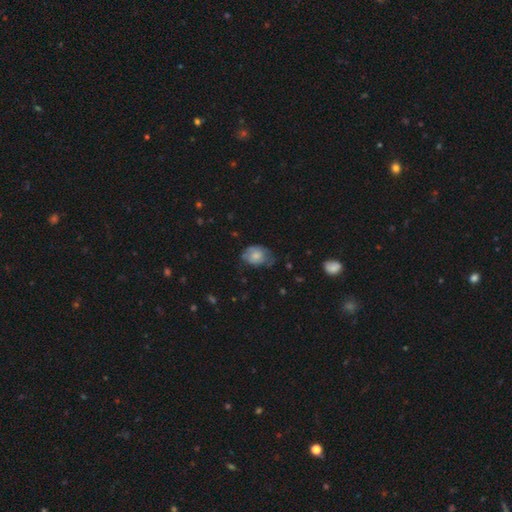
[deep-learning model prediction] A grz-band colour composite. It shows a smooth galaxy with no disk features (64%) that is in between round and cigar-shaped (66%). Merging: none (47%).